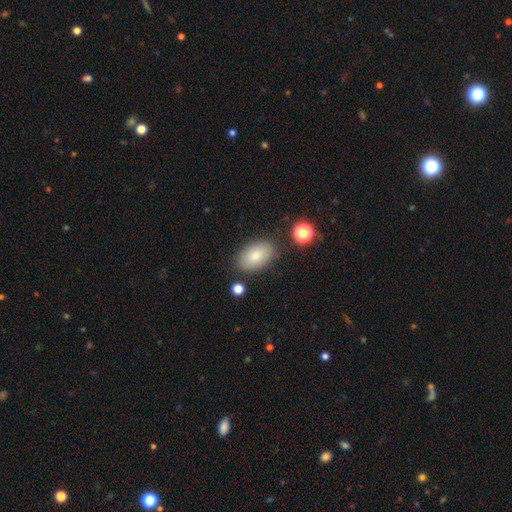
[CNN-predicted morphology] smooth-or-featured: smooth: 84% | featured or disk: 9% | star or artifact: 7%
  how-rounded: in between: 91% | round: 7% | cigar-shaped: 1%
  merging: none: 82% | minor disturbance: 12% | major disturbance: 3% | merger: 3%